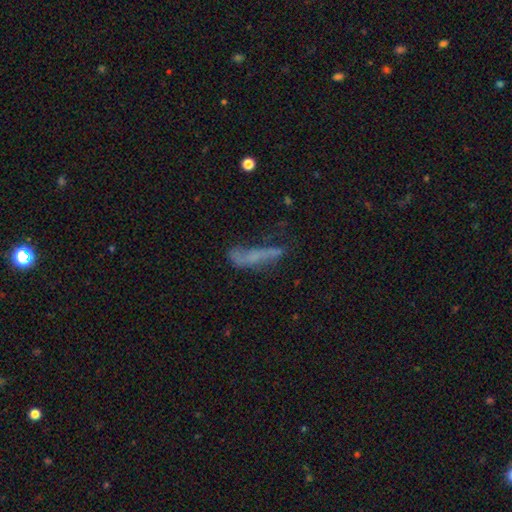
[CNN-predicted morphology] Smooth or featured: smooth — 44% (featured or disk — 42%)
Merging: none — 39% (major disturbance — 27%)